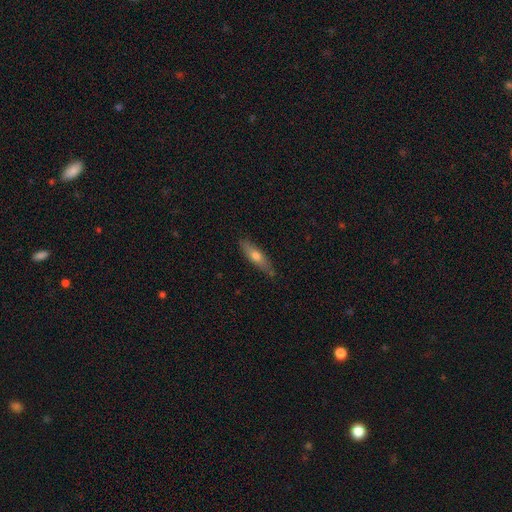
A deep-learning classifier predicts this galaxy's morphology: Smooth or featured?
  - smooth: 56% *
  - featured or disk: 38%
  - star or artifact: 7%
How rounded?
  - cigar-shaped: 68% *
  - in between: 29%
  - round: 2%
Merging?
  - none: 82% *
  - minor disturbance: 14%
  - major disturbance: 2%
  - merger: 2%